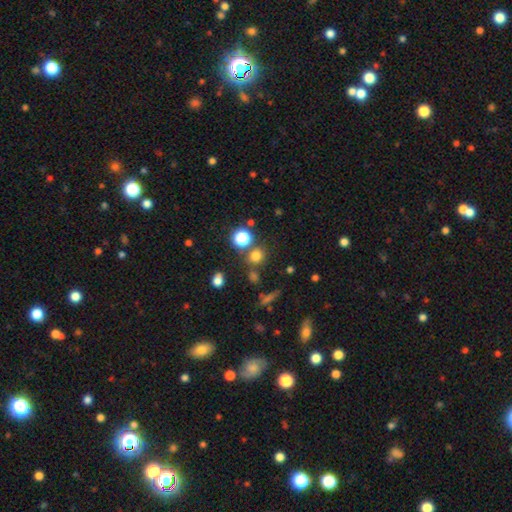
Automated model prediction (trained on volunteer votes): The model was most divided on "smooth or featured": smooth: 70%, star or artifact: 23%, featured or disk: 7%. More confident: how rounded — round (87%); merging — none (75%).